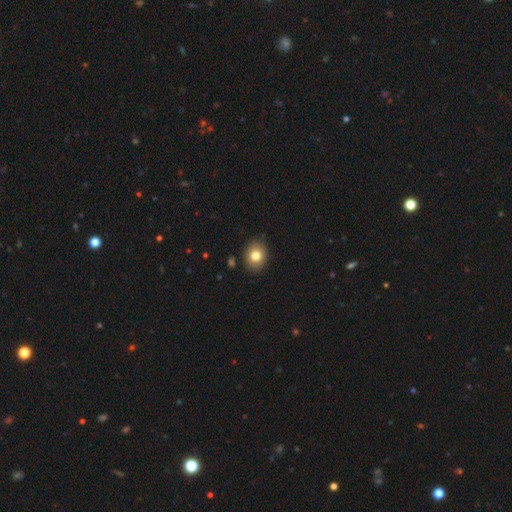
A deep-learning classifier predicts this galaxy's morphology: A smooth galaxy with no disk features (80%) that is in between round and cigar-shaped (52%).

Vote fractions:
- Smooth or featured? smooth: 80% / featured or disk: 10% / star or artifact: 9%
- How rounded? in between: 52% / round: 47% / cigar-shaped: 1%
- Merging? none: 83% / minor disturbance: 13% / major disturbance: 2% / merger: 2%